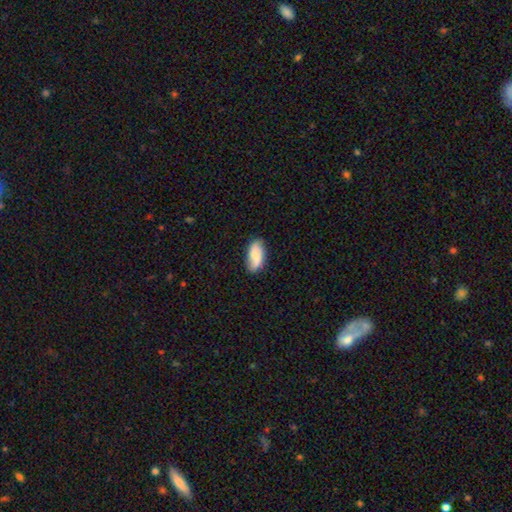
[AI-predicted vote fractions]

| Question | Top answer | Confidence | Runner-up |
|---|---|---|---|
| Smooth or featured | smooth | 57% | featured or disk (35%) |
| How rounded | in between | 90% | cigar-shaped (6%) |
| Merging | none | 78% | minor disturbance (17%) |